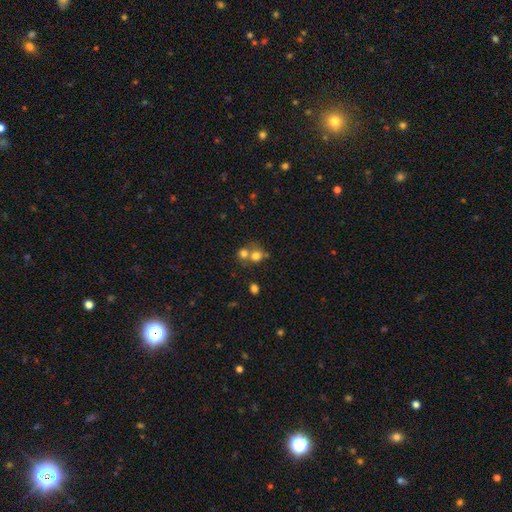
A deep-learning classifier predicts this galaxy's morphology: type=smooth (72%); roundness=round (76%); merging=merger (55%).